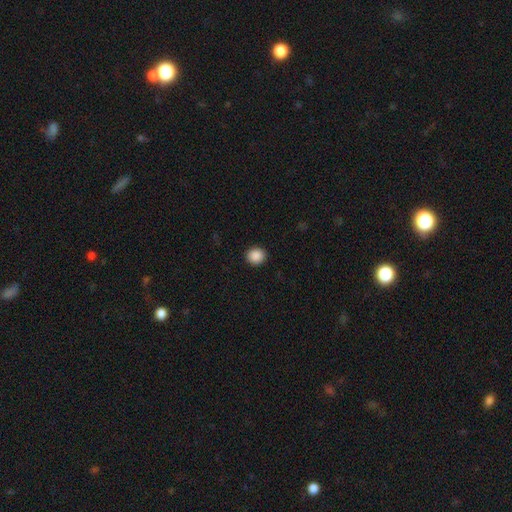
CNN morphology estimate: Smooth or featured: smooth — 89% (star or artifact — 9%)
How rounded: round — 85% (in between — 14%)
Merging: none — 92% (minor disturbance — 5%)